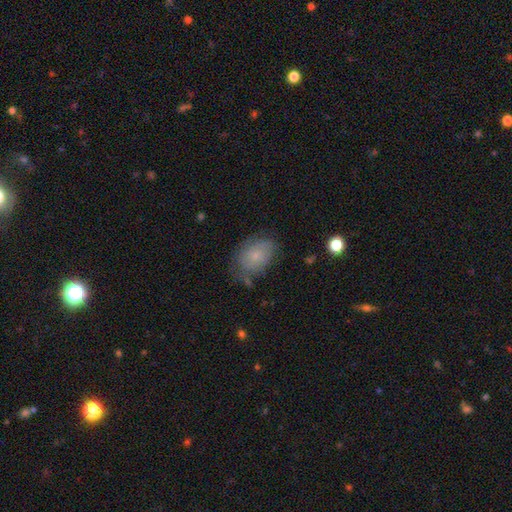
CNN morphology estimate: smooth-or-featured: smooth: 69% | featured or disk: 22% | star or artifact: 9%
  how-rounded: in between: 78% | round: 21% | cigar-shaped: 1%
  merging: none: 61% | minor disturbance: 26% | major disturbance: 10% | merger: 3%